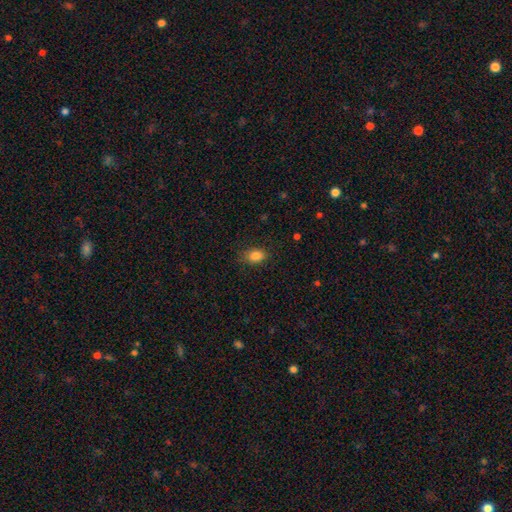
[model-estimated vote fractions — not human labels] A smooth galaxy with no disk features (85%) that is in between round and cigar-shaped (79%).

Vote fractions:
- Smooth or featured? smooth: 85% / star or artifact: 10% / featured or disk: 5%
- How rounded? in between: 79% / round: 19% / cigar-shaped: 2%
- Merging? none: 81% / minor disturbance: 14% / major disturbance: 4% / merger: 1%